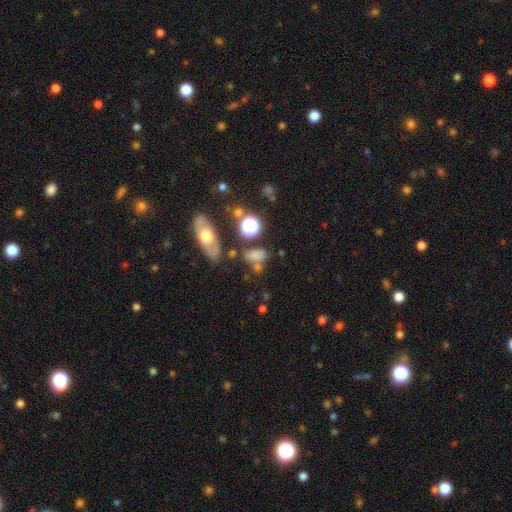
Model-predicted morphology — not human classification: smooth 67%, star or artifact 19%, featured or disk 14%. Down the decision tree: how rounded — in between (67%); merging — none (58%).